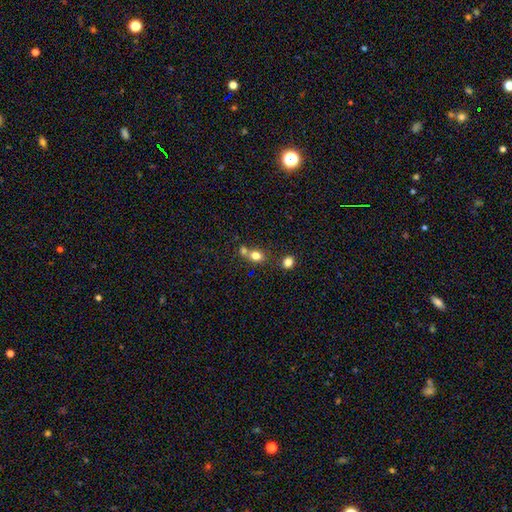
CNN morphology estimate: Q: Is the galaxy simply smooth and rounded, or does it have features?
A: smooth — 78%.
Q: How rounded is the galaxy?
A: round — 58%.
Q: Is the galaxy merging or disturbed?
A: none — 46%.